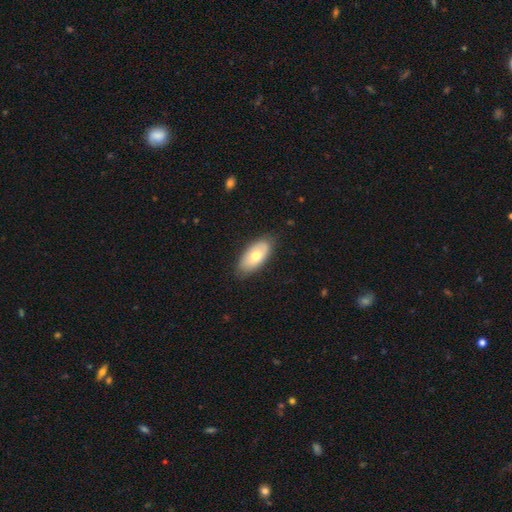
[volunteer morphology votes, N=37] A smooth galaxy with no disk features (73%) that is in between round and cigar-shaped (100%). Merging: none (86%).